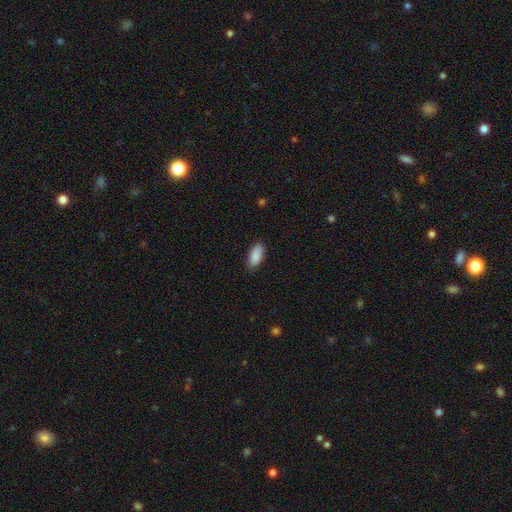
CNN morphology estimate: smooth_or_featured: smooth (p=0.90) [alt: star or artifact p=0.06]
how_rounded: in between (p=0.90) [alt: cigar-shaped p=0.09]
merging: none (p=0.86) [alt: minor disturbance p=0.10]